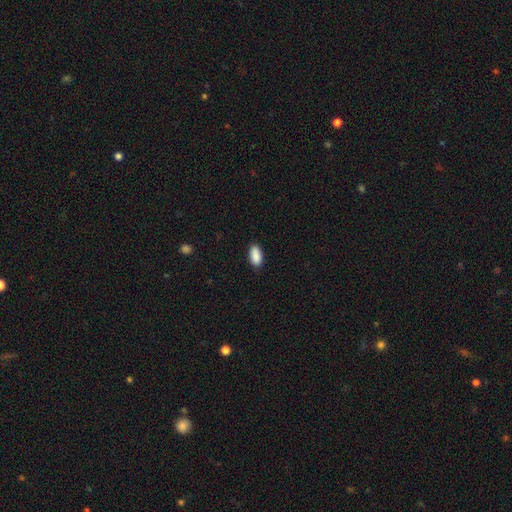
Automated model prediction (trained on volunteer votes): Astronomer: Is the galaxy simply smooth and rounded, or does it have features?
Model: smooth — 90%.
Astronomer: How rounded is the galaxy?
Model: in between — 93%.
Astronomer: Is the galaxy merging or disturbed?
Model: none — 87%.